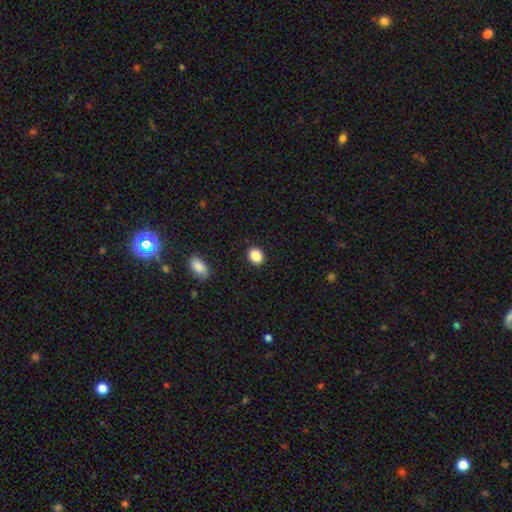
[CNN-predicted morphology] smooth_or_featured: smooth (p=0.87) [alt: star or artifact p=0.09]
how_rounded: round (p=0.60) [alt: in between p=0.39]
merging: none (p=0.90) [alt: minor disturbance p=0.07]